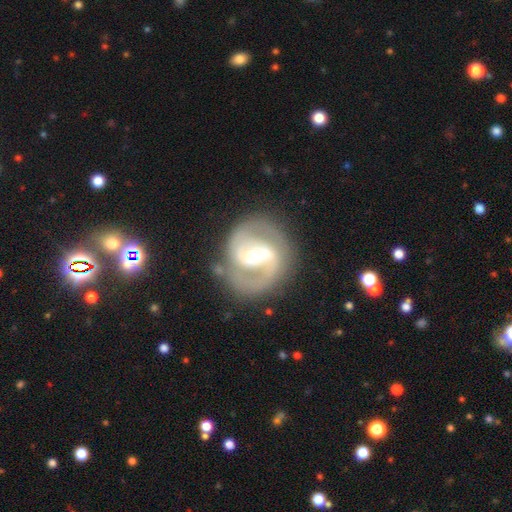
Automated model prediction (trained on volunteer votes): This is clearly a featured or disk galaxy (89%). It is clearly not viewed edge-on (97%). Bar: possibly strong (48%). Spiral arm pattern: clearly yes (95%). Spiral arm count: clearly 2 (91%). Spiral winding: possibly medium (56%). Central bulge: possibly small (51%). Merging: likely none (80%).